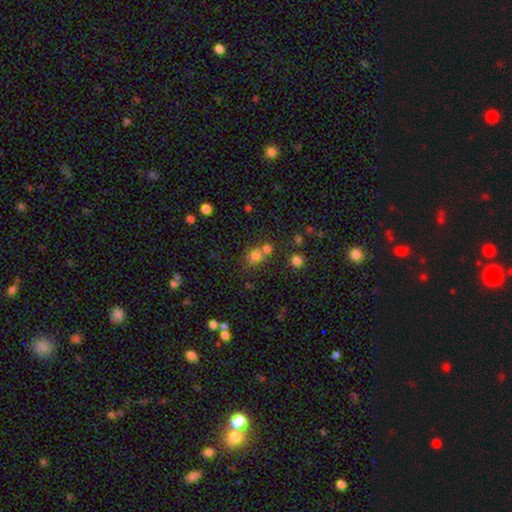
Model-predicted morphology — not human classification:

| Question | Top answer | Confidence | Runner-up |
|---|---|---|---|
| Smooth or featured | smooth | 76% | star or artifact (16%) |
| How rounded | round | 76% | in between (23%) |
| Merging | none | 53% | merger (35%) |